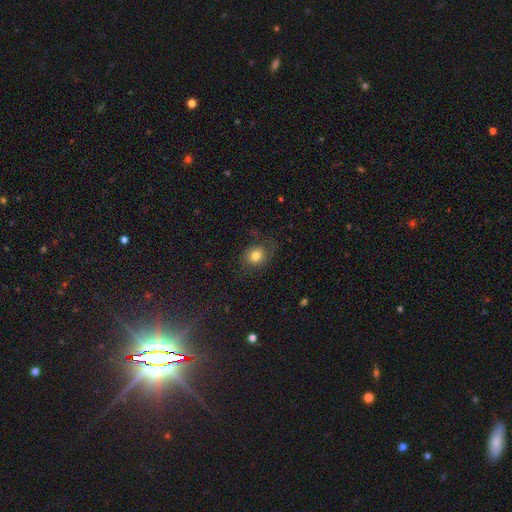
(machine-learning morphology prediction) A smooth galaxy with no disk features (70%) that is round (69%).

Vote fractions:
- Smooth or featured? smooth: 70% / featured or disk: 19% / star or artifact: 11%
- How rounded? round: 69% / in between: 30% / cigar-shaped: 1%
- Merging? none: 63% / minor disturbance: 20% / major disturbance: 16% / merger: 2%